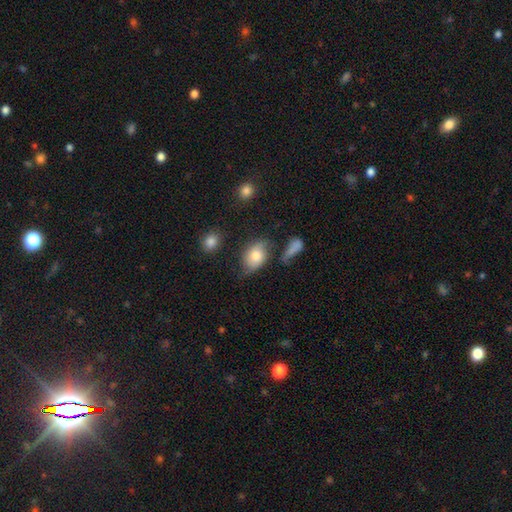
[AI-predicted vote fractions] A smooth galaxy with no disk features (73%) that is in between round and cigar-shaped (81%). Merging: none (53%).